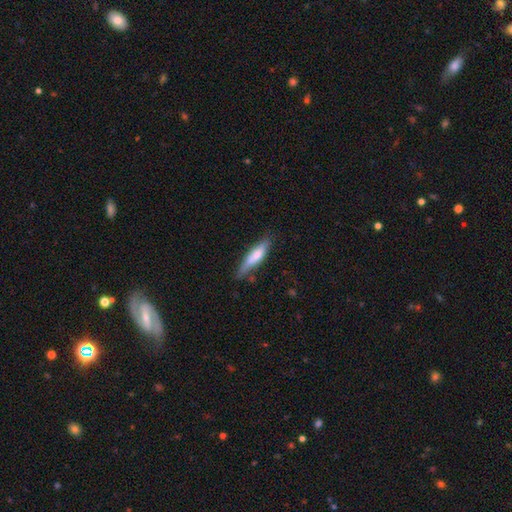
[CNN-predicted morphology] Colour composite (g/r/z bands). It shows a smooth galaxy with no disk features (63%) that is cigar-shaped (76%). Merging: none (70%).